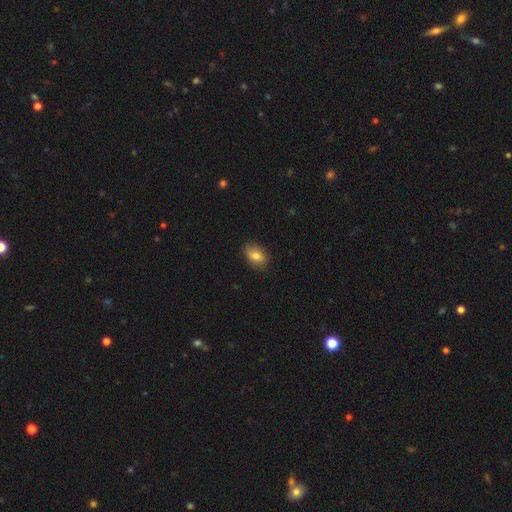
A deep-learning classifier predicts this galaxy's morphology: smooth-or-featured: smooth: 77% | featured or disk: 15% | star or artifact: 8%
  how-rounded: in between: 86% | round: 11% | cigar-shaped: 2%
  merging: none: 82% | minor disturbance: 15% | major disturbance: 3% | merger: 1%